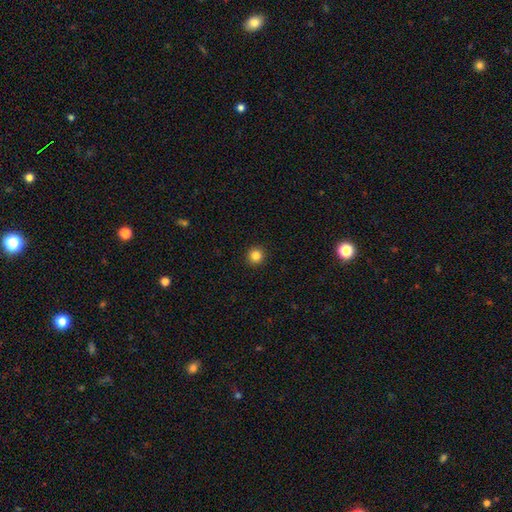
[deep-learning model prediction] Overall: smooth (83%). How rounded: round (94%). Merging: none (93%).